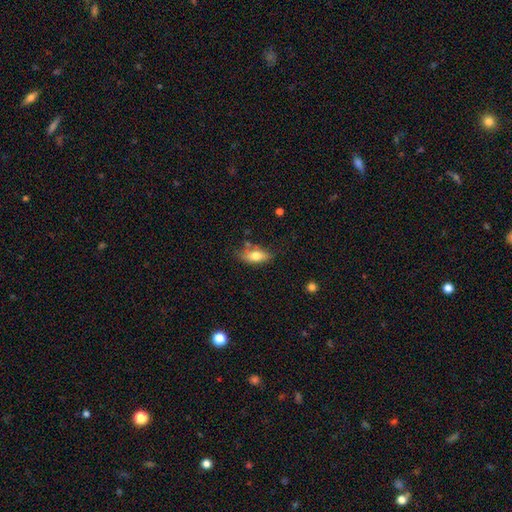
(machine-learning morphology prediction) smooth_or_featured: smooth (p=0.71) [alt: featured or disk p=0.21]
how_rounded: in between (p=0.83) [alt: cigar-shaped p=0.13]
merging: none (p=0.66) [alt: minor disturbance p=0.22]